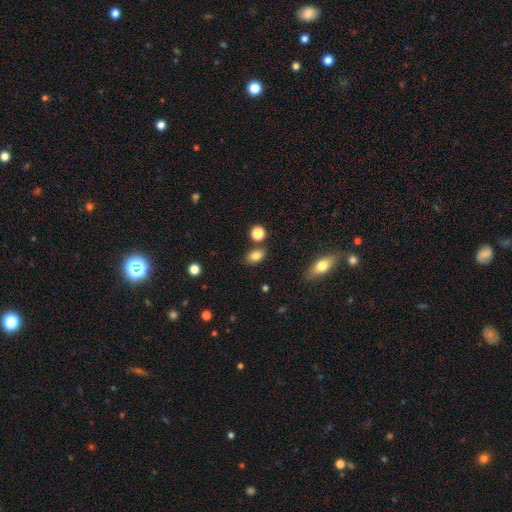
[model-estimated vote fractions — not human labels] Q: Smooth or featured?
A: smooth (81%); runner-up: star or artifact (10%)
Q: How rounded?
A: in between (81%); runner-up: round (17%)
Q: Merging?
A: none (80%); runner-up: minor disturbance (11%)